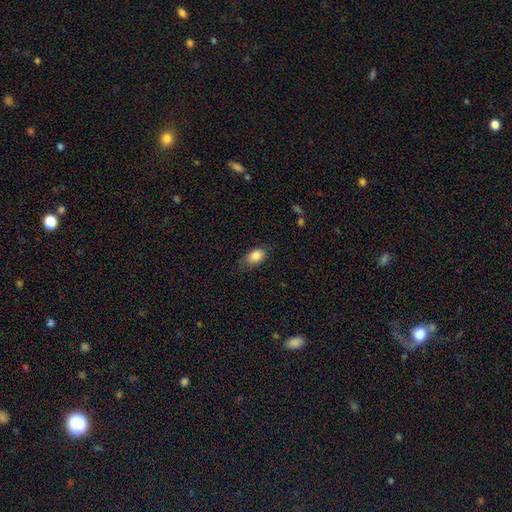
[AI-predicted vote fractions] Smooth or featured? Predicted: smooth (p=0.85). How rounded? Predicted: in between (p=0.85). Merging? Predicted: none (p=0.66).